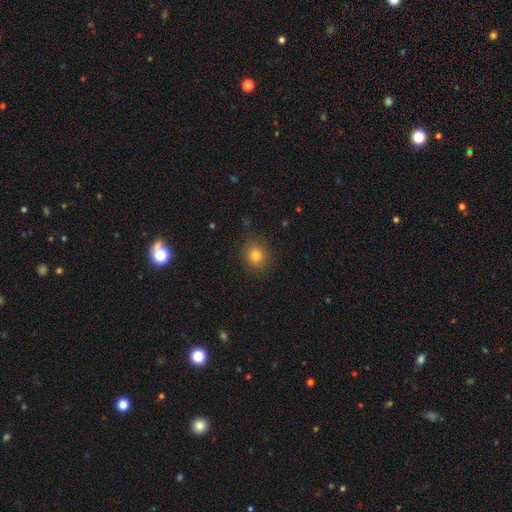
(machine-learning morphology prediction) This is likely a smooth galaxy (79%). How rounded: clearly round (82%). Merging: clearly none (87%).